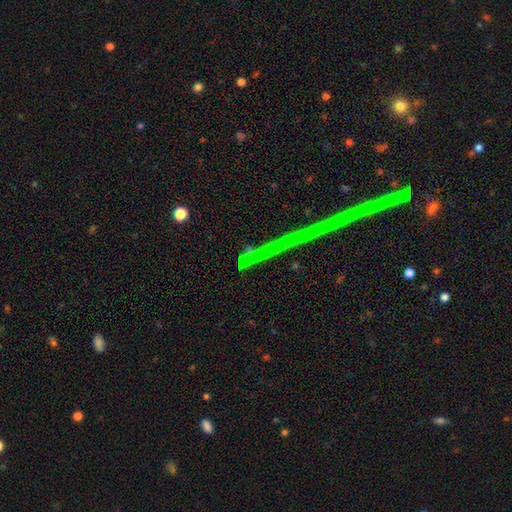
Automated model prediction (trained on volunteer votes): Smooth or featured: star or artifact — 77% (featured or disk — 13%)